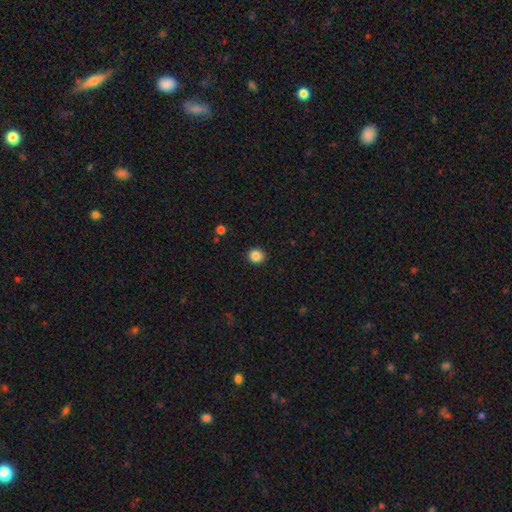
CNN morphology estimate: Q: Smooth or featured?
A: smooth (86%); runner-up: star or artifact (10%)
Q: How rounded?
A: round (85%); runner-up: in between (14%)
Q: Merging?
A: none (91%); runner-up: minor disturbance (6%)